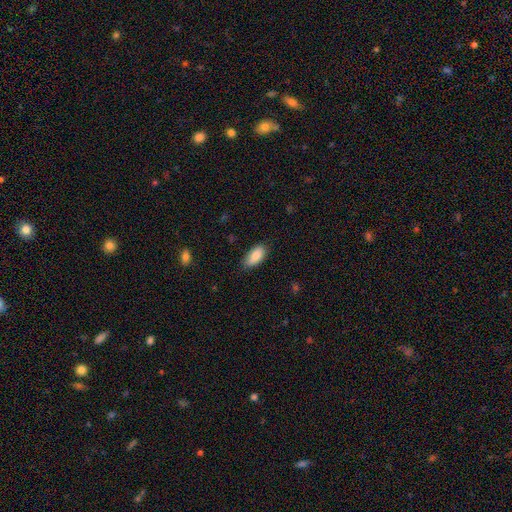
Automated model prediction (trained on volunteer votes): A smooth galaxy with no disk features (86%) that is in between round and cigar-shaped (90%). Merging: none (76%).